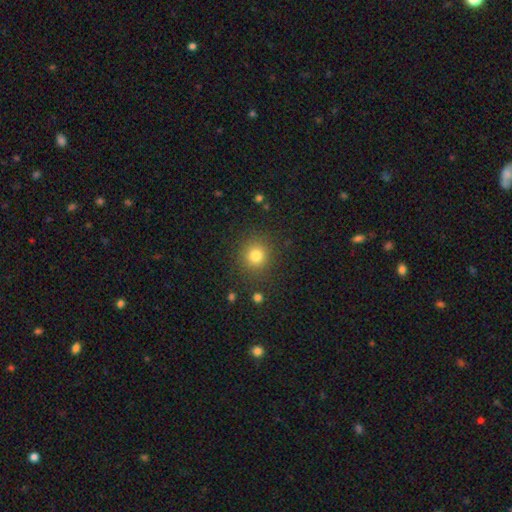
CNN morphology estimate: Smooth or featured?
  - smooth: 80% *
  - star or artifact: 14%
  - featured or disk: 7%
How rounded?
  - round: 91% *
  - in between: 8%
  - cigar-shaped: 1%
Merging?
  - none: 87% *
  - minor disturbance: 8%
  - major disturbance: 3%
  - merger: 2%